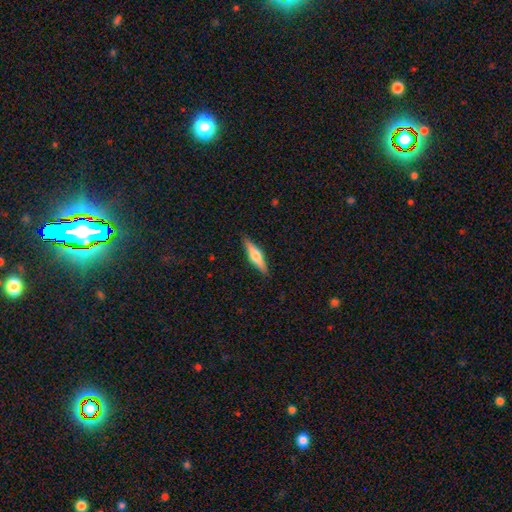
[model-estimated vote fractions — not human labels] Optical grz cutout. It shows a featured or disk galaxy (50%) viewed edge-on (96%). Merging: none (90%).